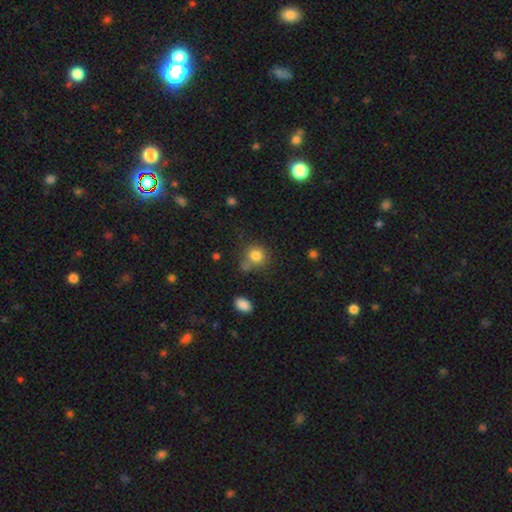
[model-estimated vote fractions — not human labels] Smooth or featured? smooth (82%)
How rounded? round (82%)
Merging? none (64%)